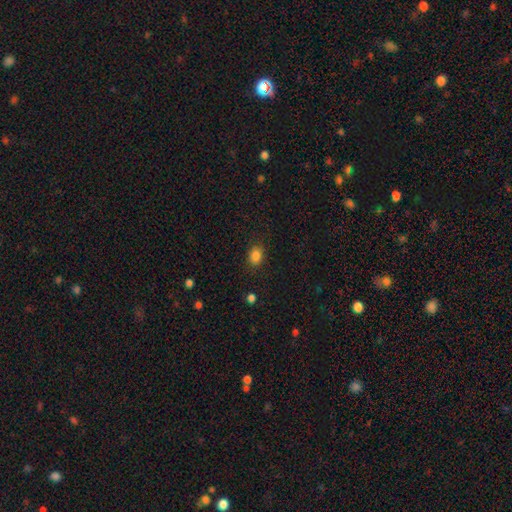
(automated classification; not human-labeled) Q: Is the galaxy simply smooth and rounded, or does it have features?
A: smooth — 84%.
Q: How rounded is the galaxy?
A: in between — 54%.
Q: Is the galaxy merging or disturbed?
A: none — 85%.